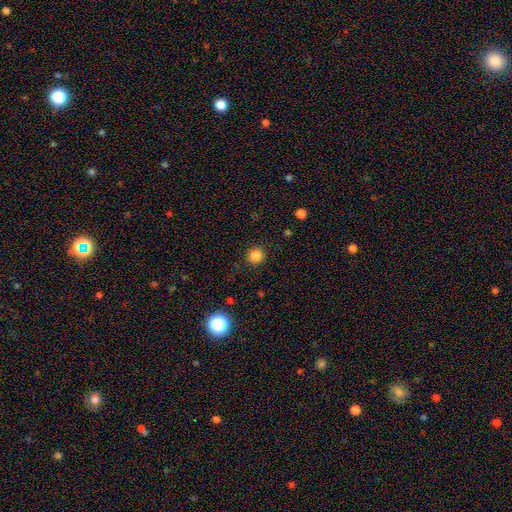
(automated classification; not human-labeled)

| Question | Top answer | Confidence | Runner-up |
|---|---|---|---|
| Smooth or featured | smooth | 84% | star or artifact (12%) |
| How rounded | round | 93% | in between (6%) |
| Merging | none | 91% | minor disturbance (6%) |